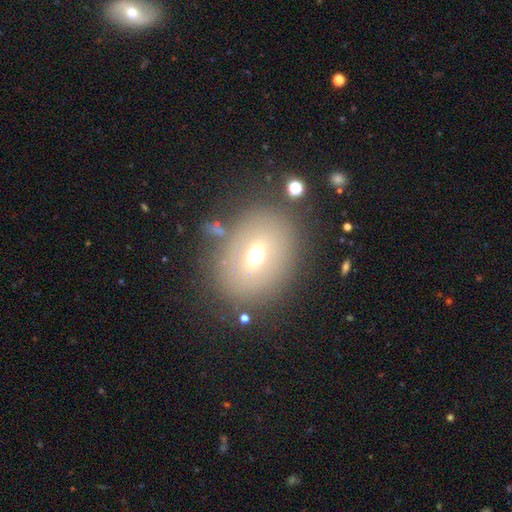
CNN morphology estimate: Overall: smooth (59%; featured or disk 25%). How rounded: in between (54%; round 45%). Merging: none (76%).